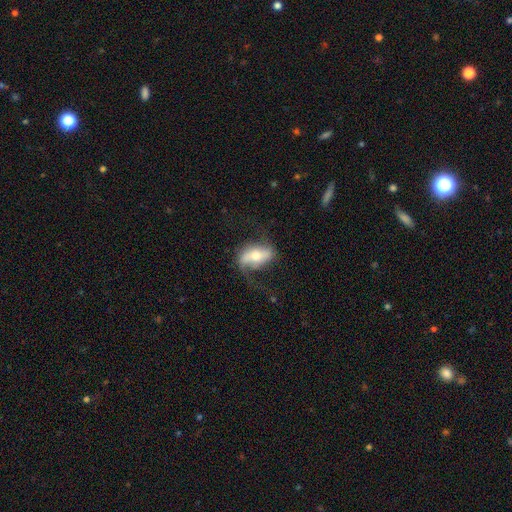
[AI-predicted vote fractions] This is likely a featured or disk galaxy (69%). It is clearly not viewed edge-on (88%). Bar: marginally strong (43%). Spiral arm pattern: clearly yes (84%). Spiral arm count: clearly 2 (82%). Spiral winding: likely loose (68%). Central bulge: likely moderate (64%). Merging: possibly none (59%).